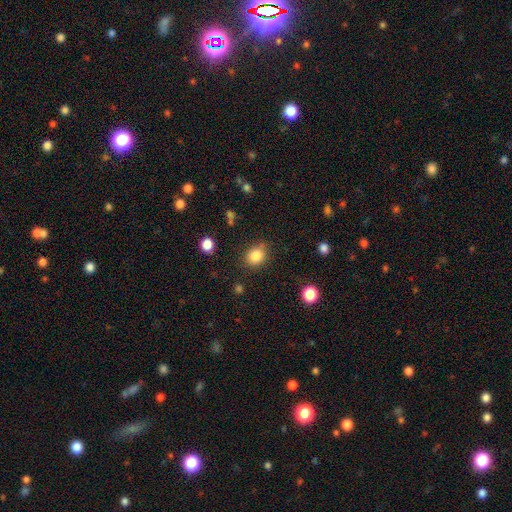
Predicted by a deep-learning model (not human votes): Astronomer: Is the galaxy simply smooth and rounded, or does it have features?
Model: smooth — 84%.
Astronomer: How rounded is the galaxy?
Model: round — 61% (runner-up: in between, 38%).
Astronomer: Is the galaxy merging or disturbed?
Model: none — 80%.